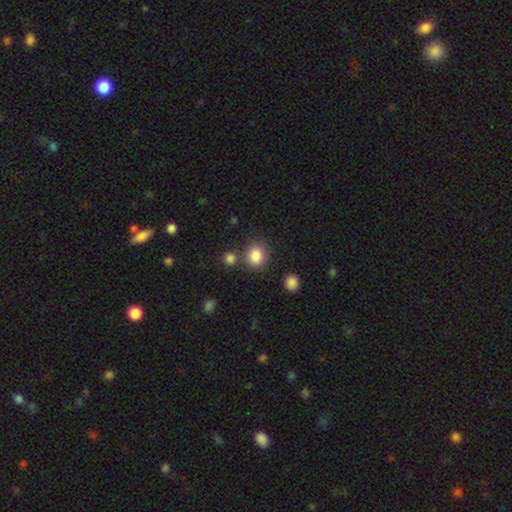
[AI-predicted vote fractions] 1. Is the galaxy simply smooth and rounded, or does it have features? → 85% smooth, 10% star or artifact, 5% featured or disk.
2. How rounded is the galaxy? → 80% round, 19% in between, 1% cigar-shaped.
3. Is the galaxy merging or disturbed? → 76% none, 10% merger, 10% minor disturbance, 4% major disturbance.